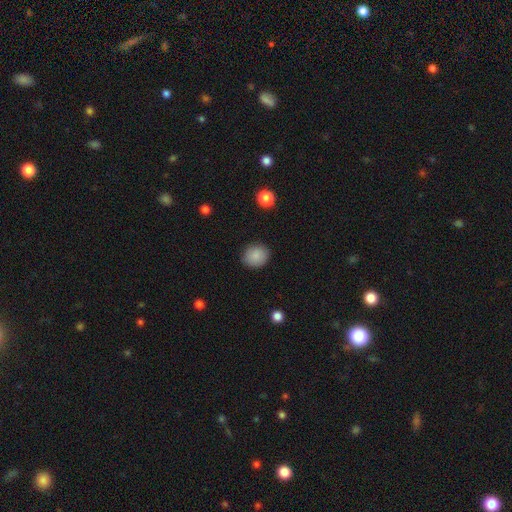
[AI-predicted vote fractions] This is clearly a smooth galaxy (88%). How rounded: likely round (76%). Merging: clearly none (88%).